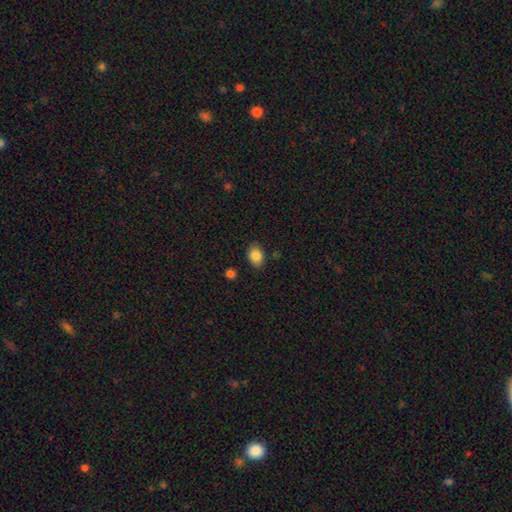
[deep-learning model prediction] Q: Smooth or featured?
A: smooth (86%); runner-up: star or artifact (8%)
Q: How rounded?
A: in between (75%); runner-up: round (24%)
Q: Merging?
A: none (83%); runner-up: minor disturbance (12%)